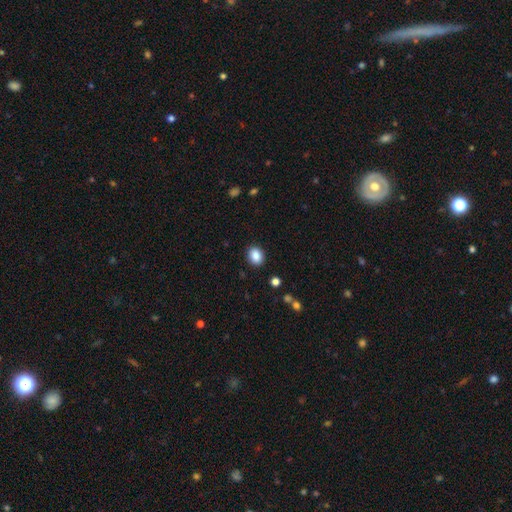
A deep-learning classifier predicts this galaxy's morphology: smooth-or-featured: smooth: 87% | star or artifact: 9% | featured or disk: 4%
  how-rounded: in between: 53% | round: 46% | cigar-shaped: 1%
  merging: none: 89% | minor disturbance: 7% | major disturbance: 2% | merger: 1%